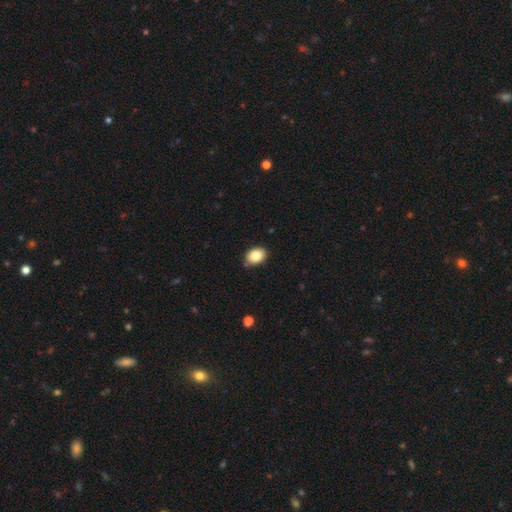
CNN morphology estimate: Smooth or featured: smooth — 82% (featured or disk — 9%)
How rounded: in between — 72% (round — 27%)
Merging: none — 84% (minor disturbance — 12%)